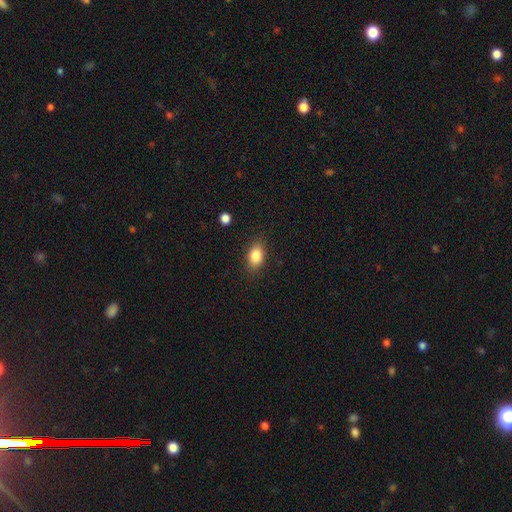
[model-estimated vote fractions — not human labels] Smooth or featured? Predicted: smooth (p=0.85). How rounded? Predicted: in between (p=0.82). Merging? Predicted: none (p=0.85).